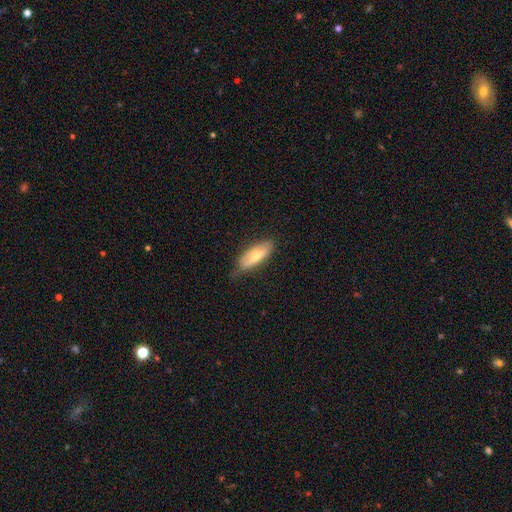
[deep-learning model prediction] Morphology: type=smooth (51%); roundness=in between (58%); merging=none (70%).